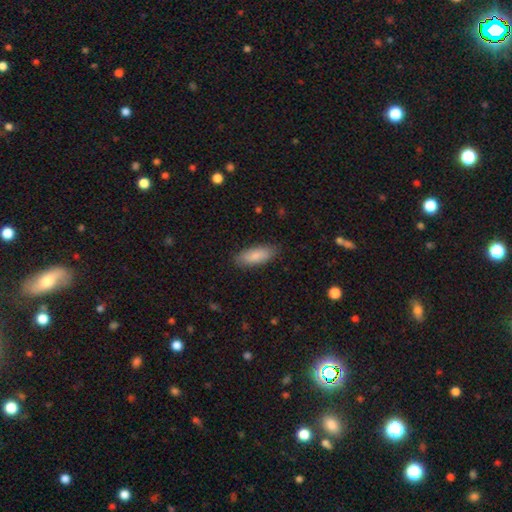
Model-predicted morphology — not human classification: Overall: smooth (85%). How rounded: in between (75%). Merging: none (85%).